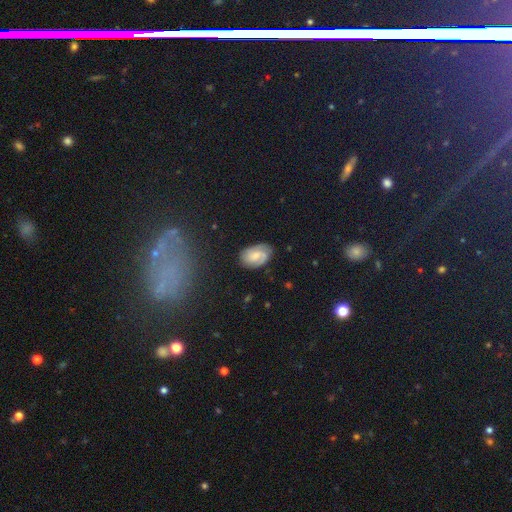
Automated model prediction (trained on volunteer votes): smooth-or-featured: featured or disk: 61% | smooth: 30% | star or artifact: 8%
  disk-edge-on: no: 97% | yes: 3%
    bar: no: 49% | weak: 43% | strong: 8%
    has-spiral-arms: yes: 92% | no: 8%
      spiral-winding: tight: 45% | medium: 40% | loose: 15%
      spiral-arm-count: 2: 60% | can't tell: 19% | 3: 11% | 1: 6% | 4: 2% | more than 4: 2%
    bulge-size: small: 38% | moderate: 37% | none: 16% | large: 7% | dominant: 2%
  merging: none: 75% | minor disturbance: 18% | major disturbance: 5% | merger: 2%